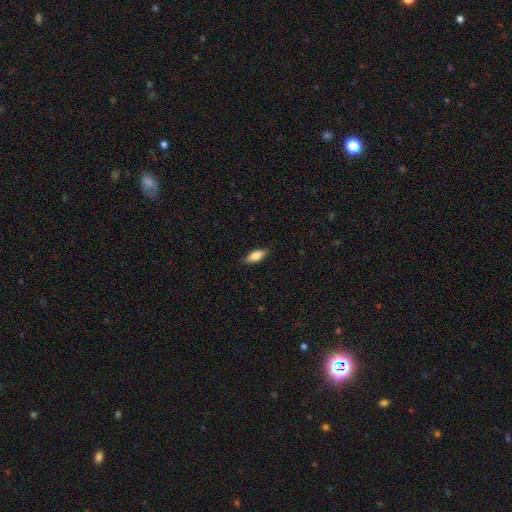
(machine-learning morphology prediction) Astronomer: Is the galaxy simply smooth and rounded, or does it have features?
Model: smooth — 81%.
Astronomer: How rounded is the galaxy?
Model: in between — 78%.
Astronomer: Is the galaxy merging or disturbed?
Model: none — 86%.